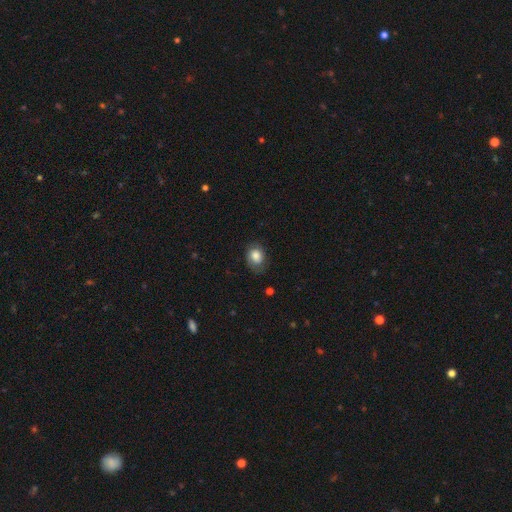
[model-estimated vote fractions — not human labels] Smooth or featured? smooth (80%)
How rounded? in between (59%)
Merging? none (71%)